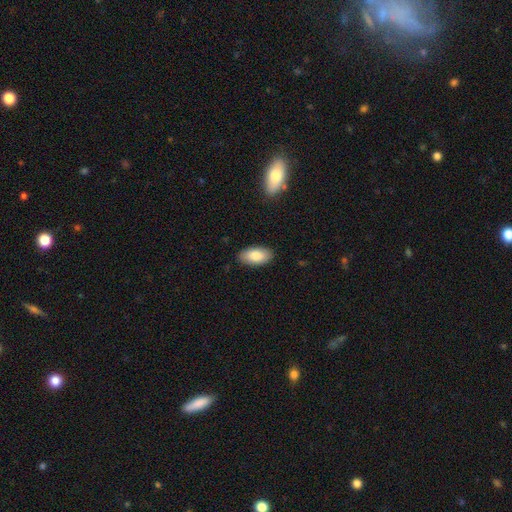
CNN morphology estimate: Smooth or featured? smooth (83%)
How rounded? in between (94%)
Merging? none (87%)